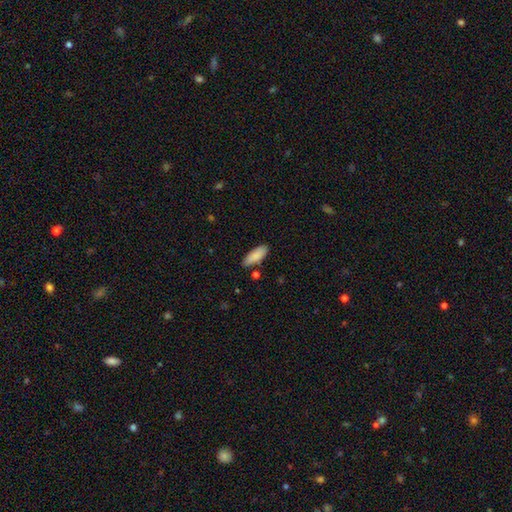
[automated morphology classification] Q: Smooth or featured?
A: smooth (88%); runner-up: featured or disk (6%)
Q: How rounded?
A: in between (76%); runner-up: cigar-shaped (23%)
Q: Merging?
A: none (83%); runner-up: minor disturbance (12%)